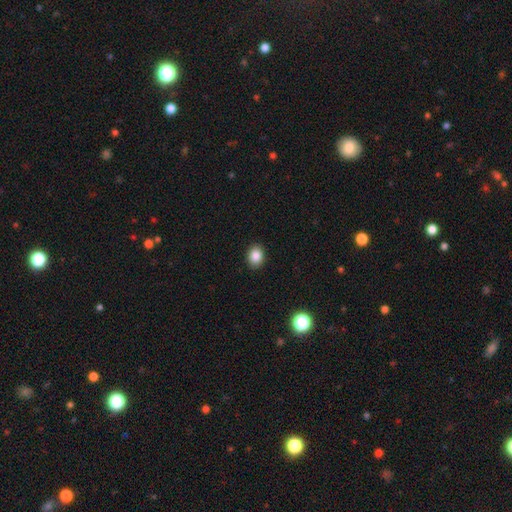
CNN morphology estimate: smooth-or-featured: smooth: 86% | star or artifact: 9% | featured or disk: 5%
  how-rounded: in between: 59% | round: 40% | cigar-shaped: 1%
  merging: none: 90% | minor disturbance: 7% | major disturbance: 2% | merger: 1%